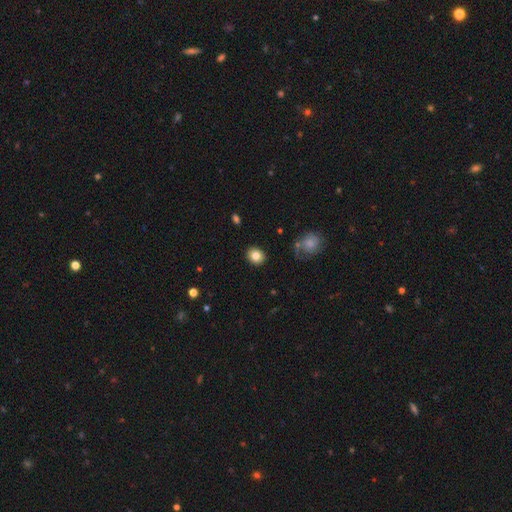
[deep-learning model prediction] This is clearly a smooth galaxy (82%). How rounded: likely round (71%). Merging: clearly none (89%).